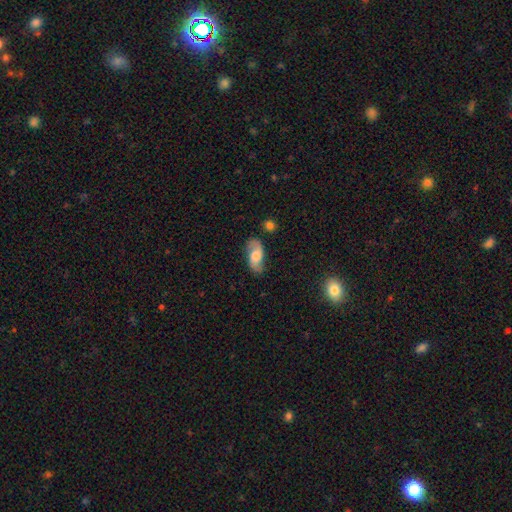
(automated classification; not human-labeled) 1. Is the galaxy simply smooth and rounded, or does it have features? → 59% featured or disk, 34% smooth, 7% star or artifact.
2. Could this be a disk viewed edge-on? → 92% no, 8% yes.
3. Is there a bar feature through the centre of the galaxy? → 59% no, 34% weak, 8% strong.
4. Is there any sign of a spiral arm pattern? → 88% yes, 12% no.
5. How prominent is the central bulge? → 41% large, 38% moderate, 10% small, 7% none, 4% dominant.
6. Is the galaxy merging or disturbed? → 72% none, 19% minor disturbance, 6% major disturbance, 3% merger.